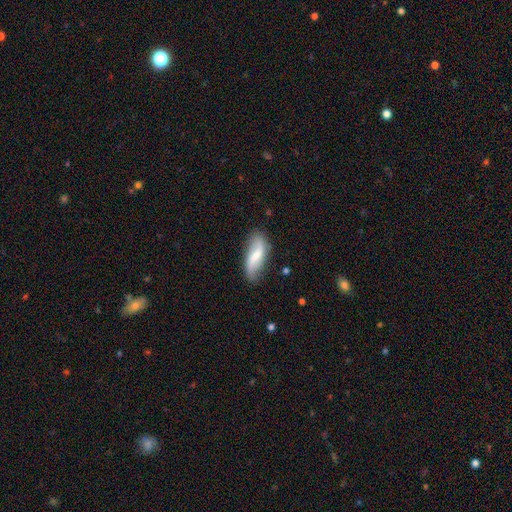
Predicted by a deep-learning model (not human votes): Smooth or featured? featured or disk (55%)
Edge-on disk? no (89%)
Merging? none (74%)